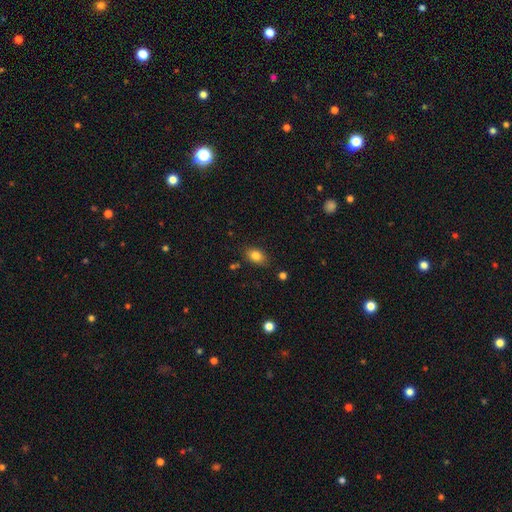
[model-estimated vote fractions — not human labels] smooth 83%, star or artifact 10%, featured or disk 7%. Down the decision tree: how rounded — in between (80%); merging — none (82%).